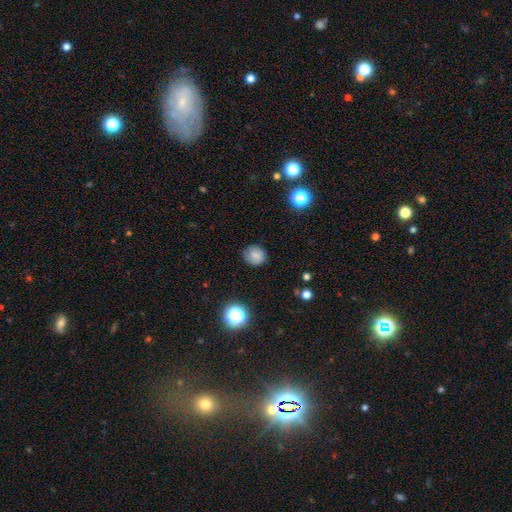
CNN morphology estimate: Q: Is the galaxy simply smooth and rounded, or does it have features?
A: smooth — 77%.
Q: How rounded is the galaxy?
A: round — 80%.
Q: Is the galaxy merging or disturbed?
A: none — 82%.